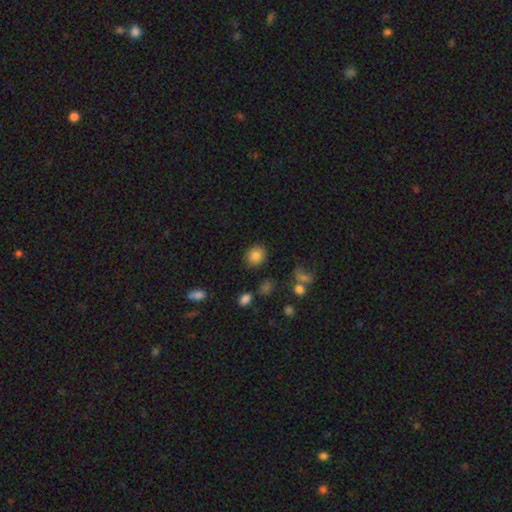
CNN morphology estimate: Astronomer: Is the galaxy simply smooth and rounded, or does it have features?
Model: smooth — 83%.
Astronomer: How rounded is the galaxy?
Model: round — 76%.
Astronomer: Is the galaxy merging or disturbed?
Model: none — 86%.